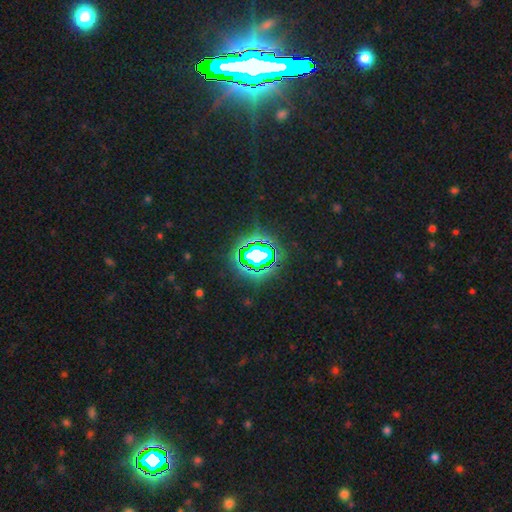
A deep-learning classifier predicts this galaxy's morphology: The model was most divided on "smooth or featured": star or artifact: 77%, smooth: 13%, featured or disk: 10%.